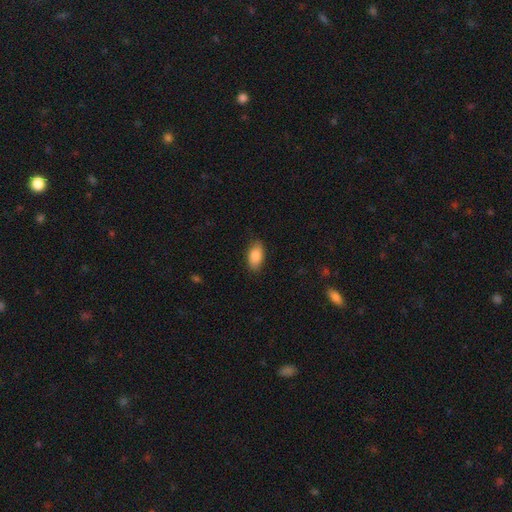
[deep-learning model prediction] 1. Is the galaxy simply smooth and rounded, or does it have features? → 87% smooth, 7% star or artifact, 6% featured or disk.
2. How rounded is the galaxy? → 92% in between, 4% cigar-shaped, 4% round.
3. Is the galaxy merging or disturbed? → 84% none, 13% minor disturbance, 3% major disturbance, 1% merger.